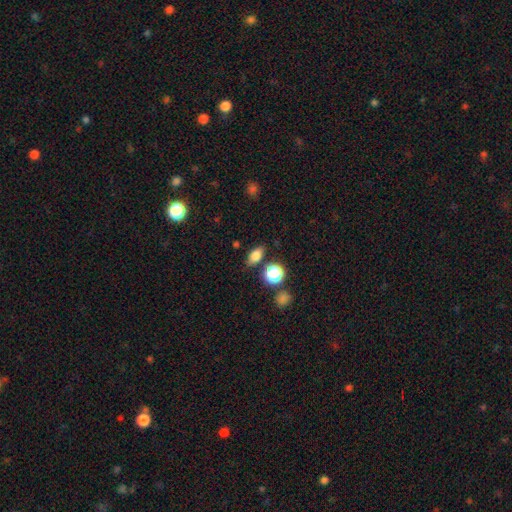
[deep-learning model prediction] A smooth galaxy with no disk features (78%) that is in between round and cigar-shaped (78%).

Vote fractions:
- Smooth or featured? smooth: 78% / star or artifact: 13% / featured or disk: 9%
- How rounded? in between: 78% / round: 17% / cigar-shaped: 5%
- Merging? none: 80% / minor disturbance: 11% / merger: 5% / major disturbance: 3%